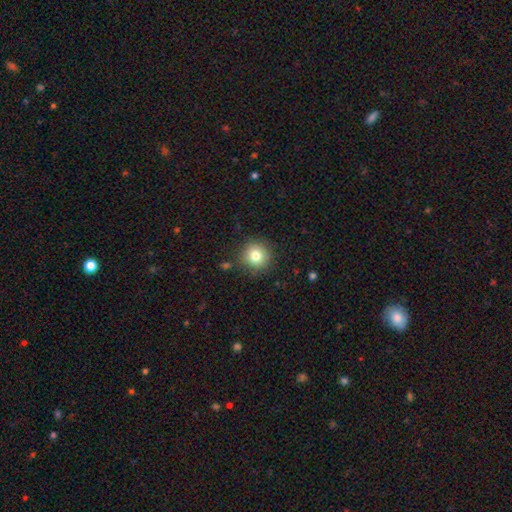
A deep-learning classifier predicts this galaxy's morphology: type=smooth (80%); roundness=round (94%); merging=none (87%).